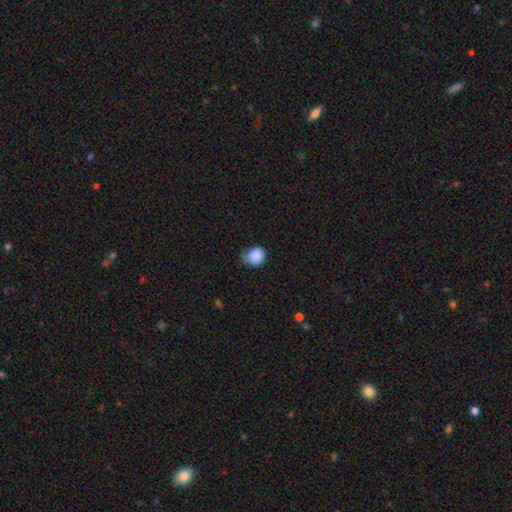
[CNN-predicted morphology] This appears to be a smooth galaxy with no disk features (87%) that is round (75%). Merging: none (49%).